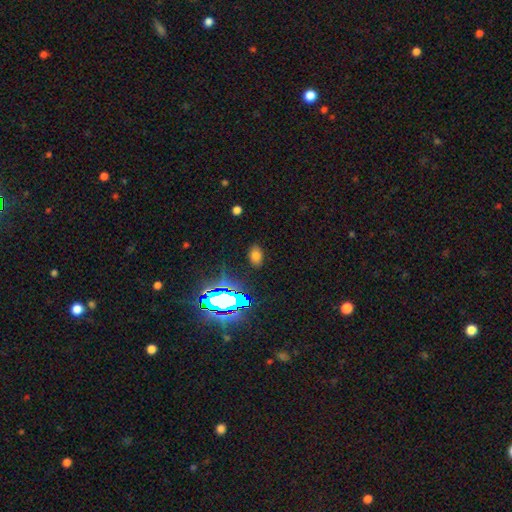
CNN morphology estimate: smooth-or-featured: smooth: 64% | star or artifact: 27% | featured or disk: 9%
  how-rounded: in between: 84% | round: 14% | cigar-shaped: 2%
  merging: none: 83% | minor disturbance: 12% | major disturbance: 4% | merger: 2%